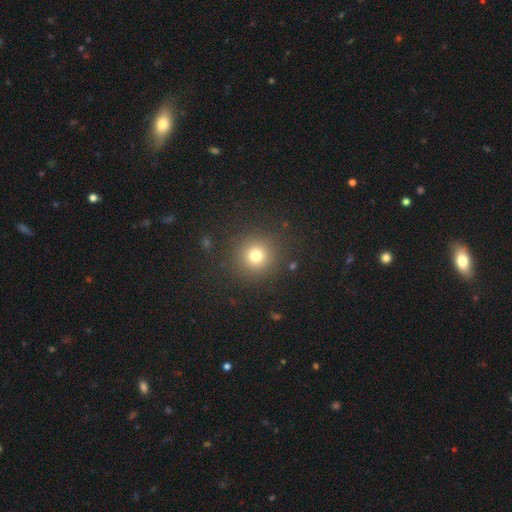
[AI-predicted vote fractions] This appears to be a smooth galaxy with no disk features (75%) that is round (93%). Merging: none (88%).